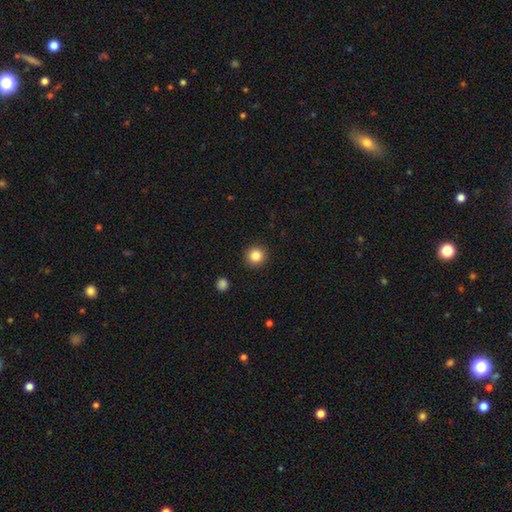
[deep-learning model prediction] A smooth galaxy with no disk features (85%) that is round (94%). Merging: none (92%).